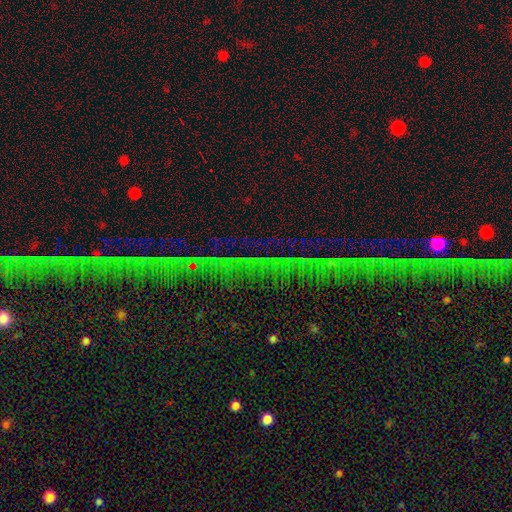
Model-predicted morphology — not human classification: Q: Smooth or featured?
A: star or artifact (81%); runner-up: featured or disk (11%)